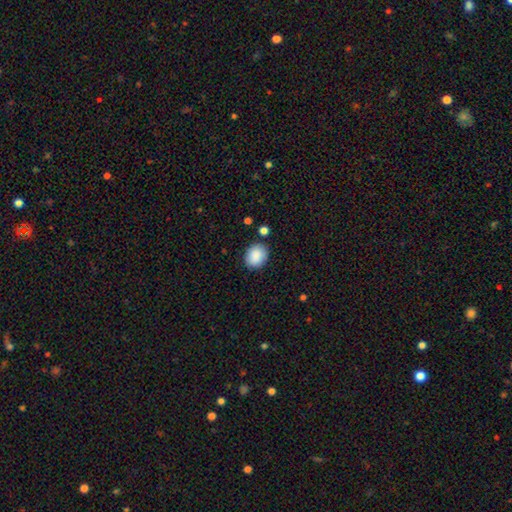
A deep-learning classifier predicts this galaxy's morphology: The model was most divided on "how rounded": round: 53%, in between: 46%, cigar-shaped: 1%. More confident: smooth or featured — smooth (89%); merging — none (83%).